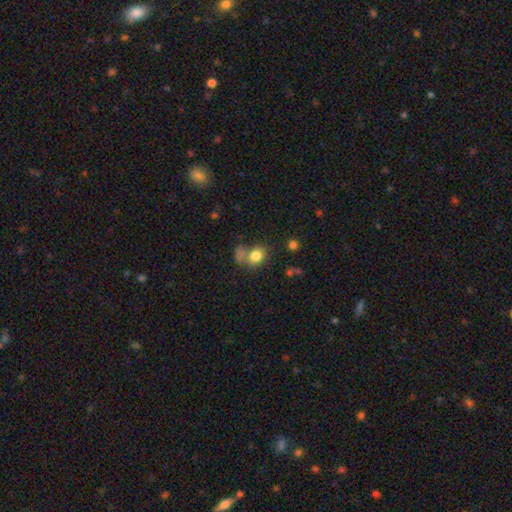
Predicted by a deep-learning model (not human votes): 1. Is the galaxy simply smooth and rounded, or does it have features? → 80% smooth, 11% star or artifact, 9% featured or disk.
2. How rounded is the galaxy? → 58% round, 41% in between, 1% cigar-shaped.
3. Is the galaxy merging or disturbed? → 54% none, 22% merger, 16% minor disturbance, 8% major disturbance.